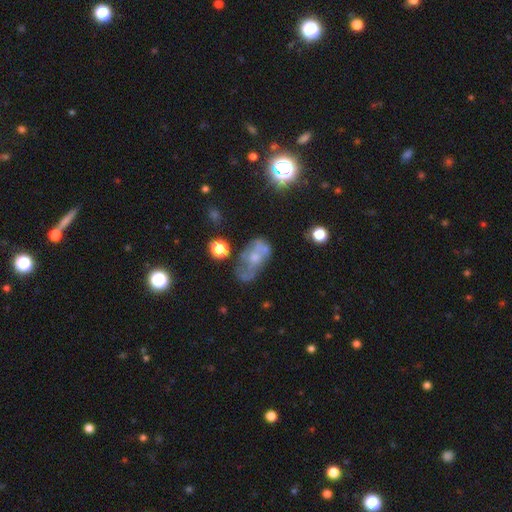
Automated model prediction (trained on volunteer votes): Smooth or featured?
  - featured or disk: 50% *
  - smooth: 34%
  - star or artifact: 17%
Merging?
  - none: 37% *
  - major disturbance: 26%
  - minor disturbance: 25%
  - merger: 12%